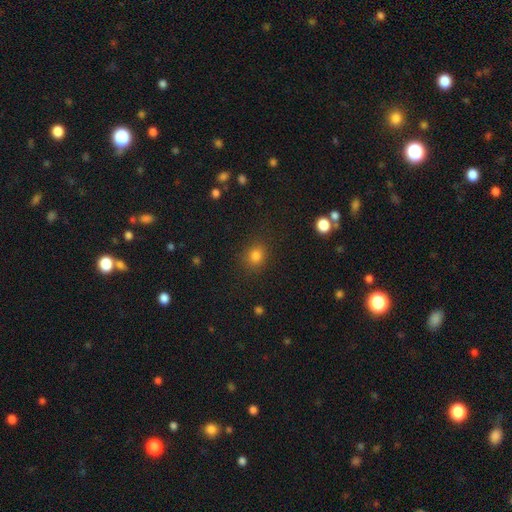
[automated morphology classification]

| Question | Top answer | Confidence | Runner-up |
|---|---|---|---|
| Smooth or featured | smooth | 81% | star or artifact (13%) |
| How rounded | round | 67% | in between (32%) |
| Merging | none | 85% | minor disturbance (10%) |